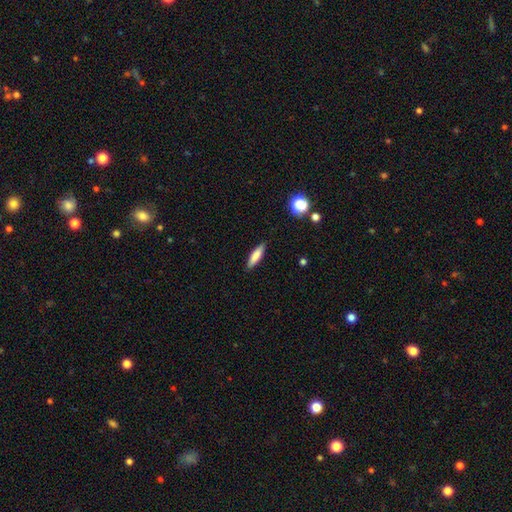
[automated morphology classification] Overall: smooth (77%). How rounded: cigar-shaped (70%). Merging: none (87%).